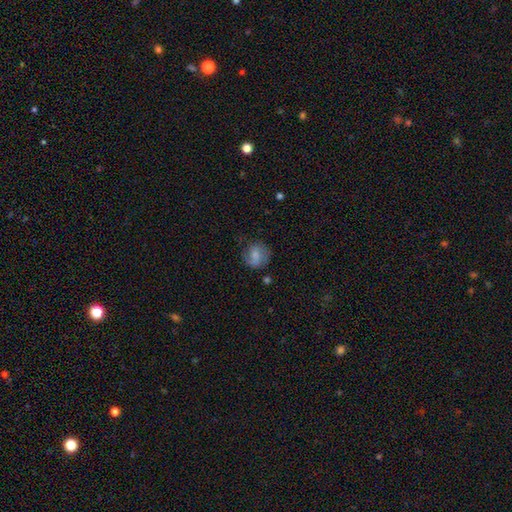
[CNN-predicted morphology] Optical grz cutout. It shows a smooth galaxy with no disk features (61%) that is round (71%). Merging: none (63%).